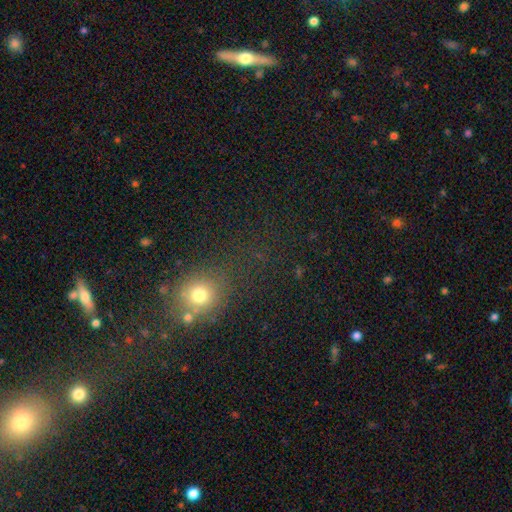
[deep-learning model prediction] Smooth or featured?
  - smooth: 51% *
  - star or artifact: 36%
  - featured or disk: 13%
How rounded?
  - round: 67% *
  - in between: 27%
  - cigar-shaped: 5%
Merging?
  - none: 61% *
  - merger: 15%
  - minor disturbance: 14%
  - major disturbance: 11%